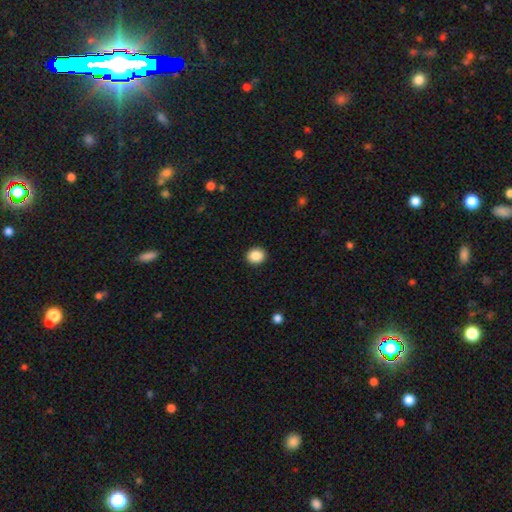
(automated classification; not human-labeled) A smooth galaxy with no disk features (88%) that is round (76%). Merging: none (92%).